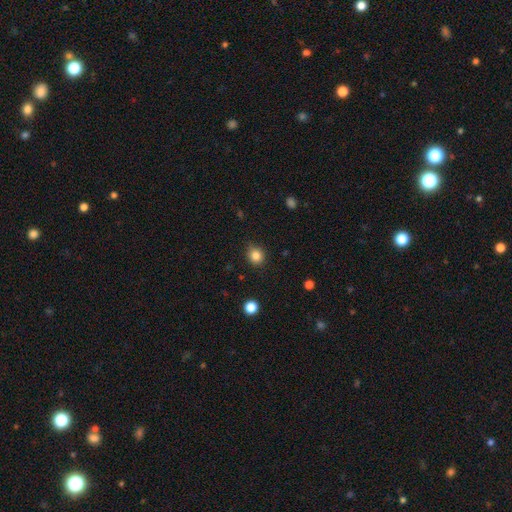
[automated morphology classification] This is clearly a smooth galaxy (84%). How rounded: clearly round (84%). Merging: clearly none (84%).